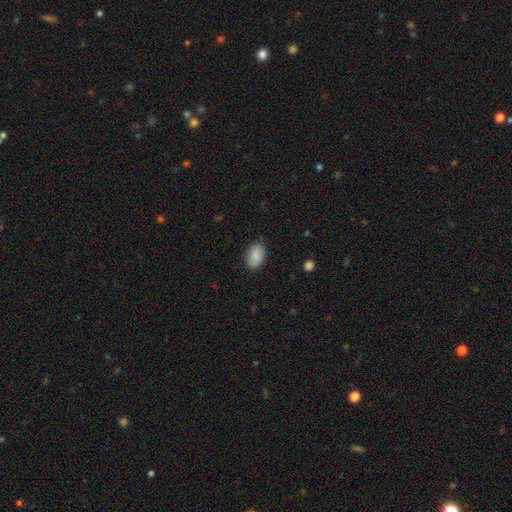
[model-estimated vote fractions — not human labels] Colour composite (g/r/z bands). It shows a smooth galaxy with no disk features (87%) that is in between round and cigar-shaped (89%). Merging: none (85%).